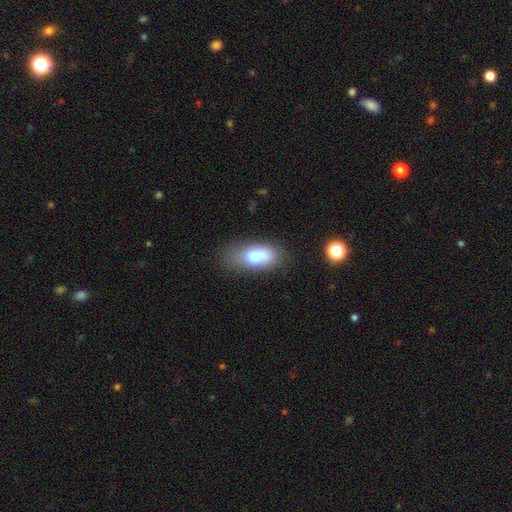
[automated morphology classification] Smooth or featured? Predicted: smooth (p=0.80). How rounded? Predicted: in between (p=0.88). Merging? Predicted: none (p=0.65).